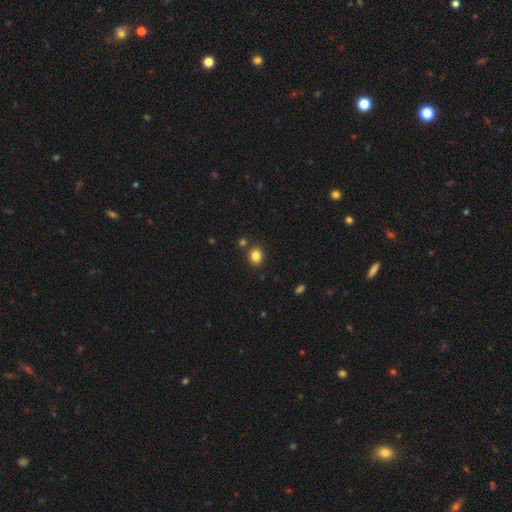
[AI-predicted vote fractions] This appears to be a smooth galaxy with no disk features (84%) that is round (55%). Merging: none (83%).